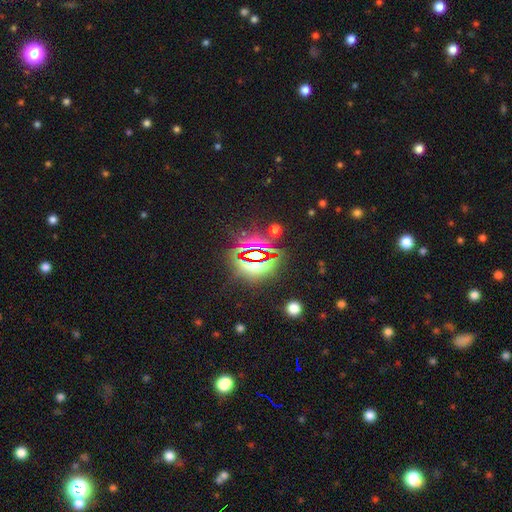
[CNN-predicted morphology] star or artifact 79%, smooth 13%, featured or disk 8%.